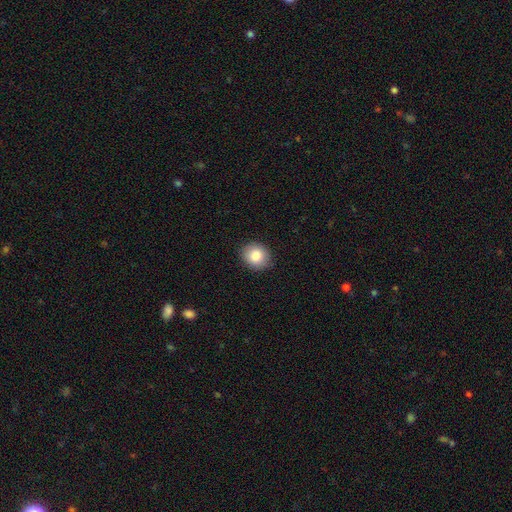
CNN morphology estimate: Smooth or featured? smooth (86%)
How rounded? round (72%)
Merging? none (88%)